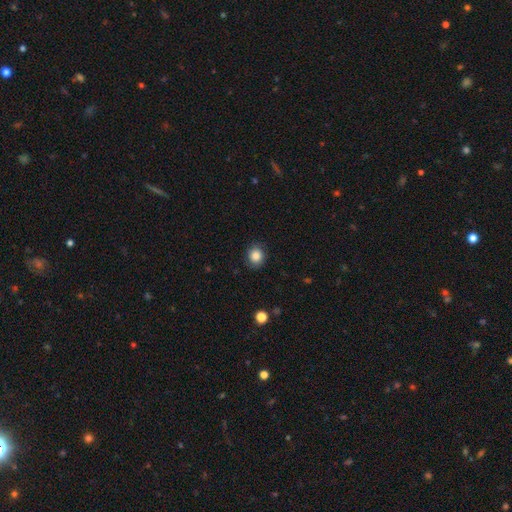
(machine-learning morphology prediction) Smooth or featured? Predicted: smooth (p=0.85). How rounded? Predicted: round (p=0.75). Merging? Predicted: none (p=0.84).